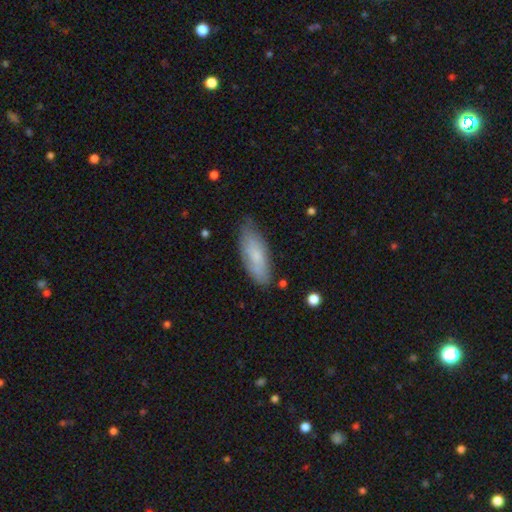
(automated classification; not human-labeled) Smooth or featured: smooth — 70% (featured or disk — 23%)
How rounded: in between — 65% (cigar-shaped — 33%)
Merging: none — 75% (minor disturbance — 20%)